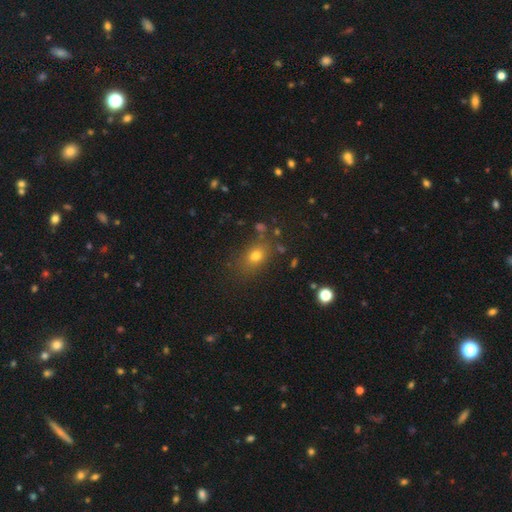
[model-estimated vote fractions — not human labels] smooth 73%, star or artifact 17%, featured or disk 10%. Down the decision tree: how rounded — in between (64%); merging — none (73%).